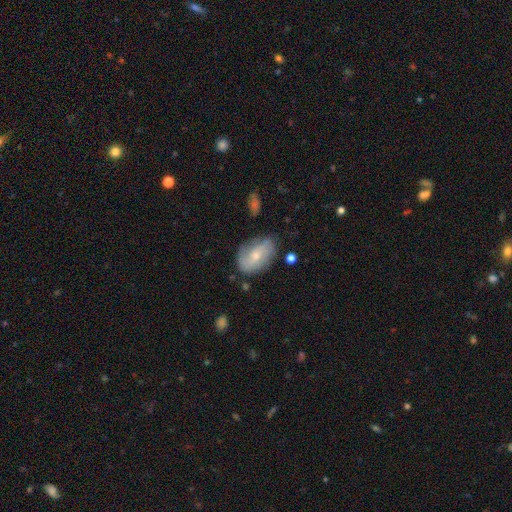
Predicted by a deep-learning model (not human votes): The model was most divided on "smooth or featured": featured or disk: 47%, smooth: 46%, star or artifact: 7%. More confident: merging — none (67%).